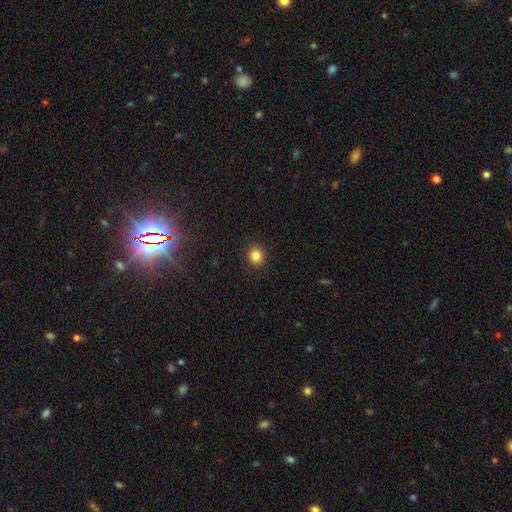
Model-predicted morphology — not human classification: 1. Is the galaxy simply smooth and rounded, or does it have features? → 84% smooth, 11% star or artifact, 5% featured or disk.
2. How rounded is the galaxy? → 82% round, 17% in between, 1% cigar-shaped.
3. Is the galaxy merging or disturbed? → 91% none, 6% minor disturbance, 2% major disturbance, 1% merger.